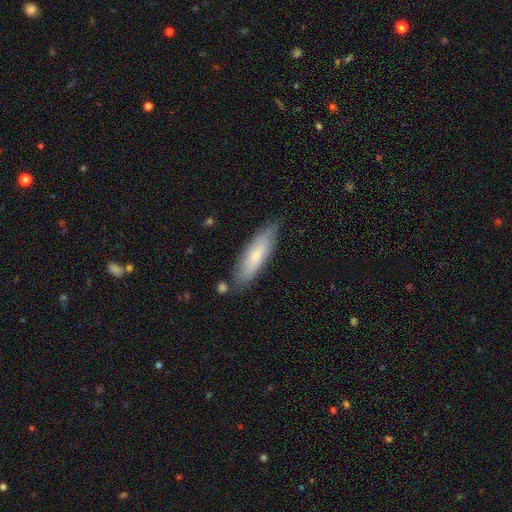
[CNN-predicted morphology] A smooth galaxy with no disk features (73%) that is cigar-shaped (57%). Merging: none (76%).